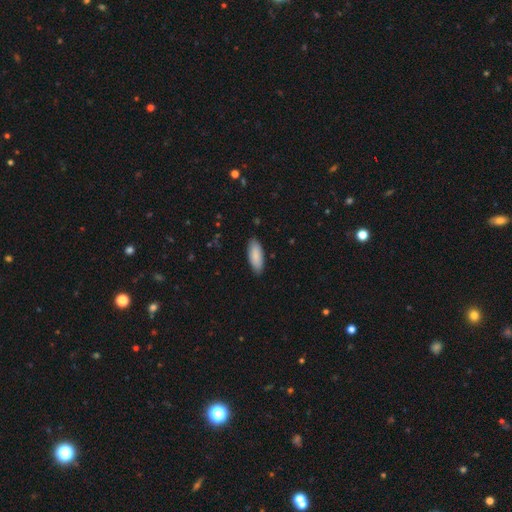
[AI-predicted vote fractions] This appears to be a smooth galaxy with no disk features (89%) that is in between round and cigar-shaped (80%). Merging: none (86%).